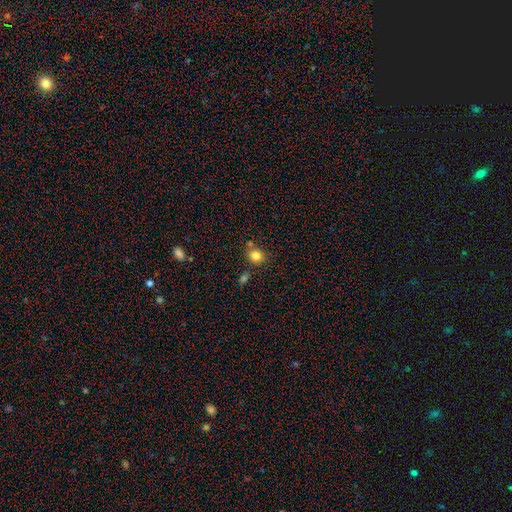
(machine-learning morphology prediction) A smooth galaxy with no disk features (83%) that is round (70%). Merging: none (69%).